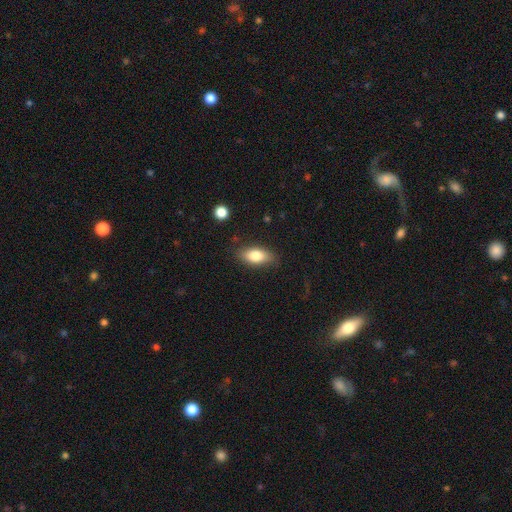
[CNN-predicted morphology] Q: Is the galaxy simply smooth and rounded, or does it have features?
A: smooth — 81%.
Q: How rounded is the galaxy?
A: in between — 86%.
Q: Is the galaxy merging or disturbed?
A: none — 82%.